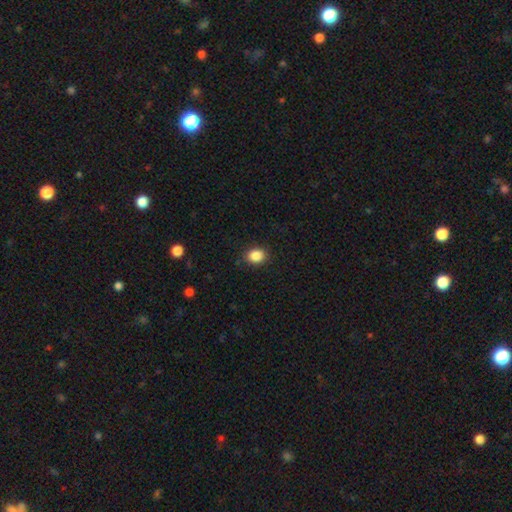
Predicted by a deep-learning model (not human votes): A smooth galaxy with no disk features (87%) that is round (52%). Merging: none (87%).